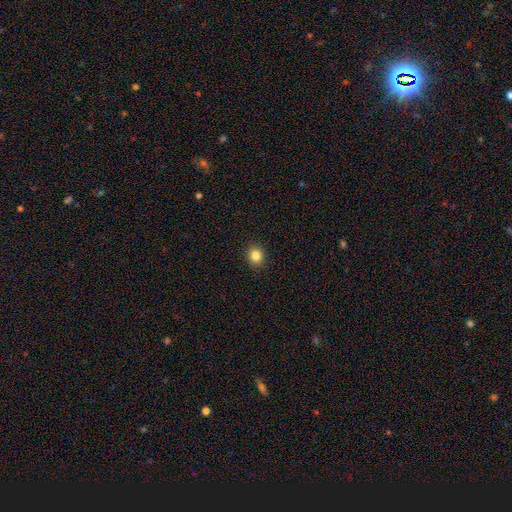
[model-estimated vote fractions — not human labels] Morphology: type=smooth (84%); roundness=round (66%); merging=none (91%).